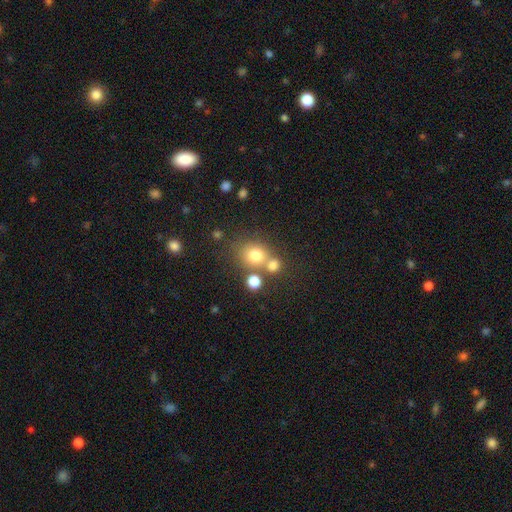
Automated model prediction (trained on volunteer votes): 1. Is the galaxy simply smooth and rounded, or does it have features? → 75% smooth, 15% star or artifact, 10% featured or disk.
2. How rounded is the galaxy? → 81% round, 18% in between, 1% cigar-shaped.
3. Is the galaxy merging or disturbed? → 56% none, 30% merger, 10% minor disturbance, 5% major disturbance.